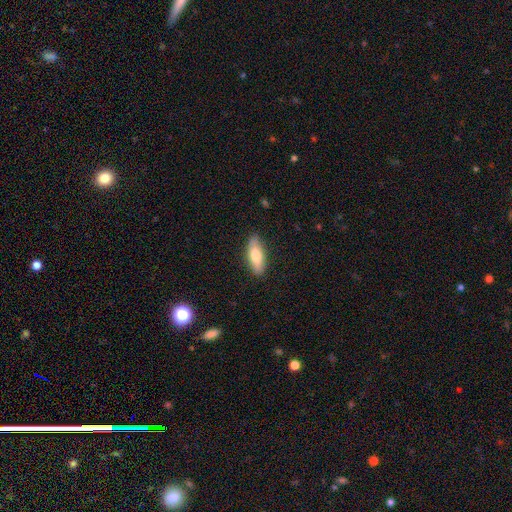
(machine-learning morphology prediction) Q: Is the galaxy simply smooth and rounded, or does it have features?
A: smooth — 72%.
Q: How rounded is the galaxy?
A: in between — 65%.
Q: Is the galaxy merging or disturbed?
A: none — 85%.